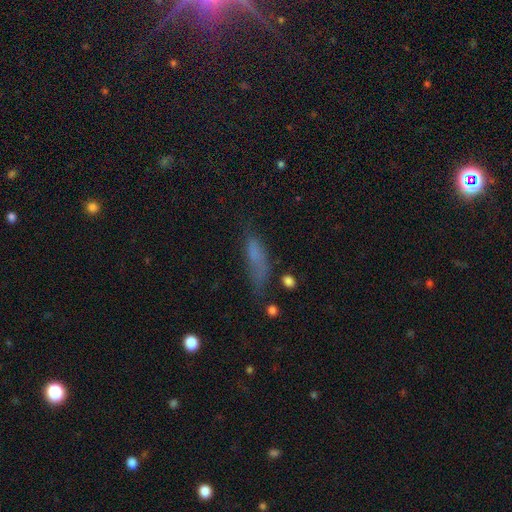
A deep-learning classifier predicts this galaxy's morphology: Q: Smooth or featured?
A: smooth (66%); runner-up: featured or disk (19%)
Q: How rounded?
A: cigar-shaped (55%); runner-up: in between (41%)
Q: Merging?
A: none (45%); runner-up: minor disturbance (29%)